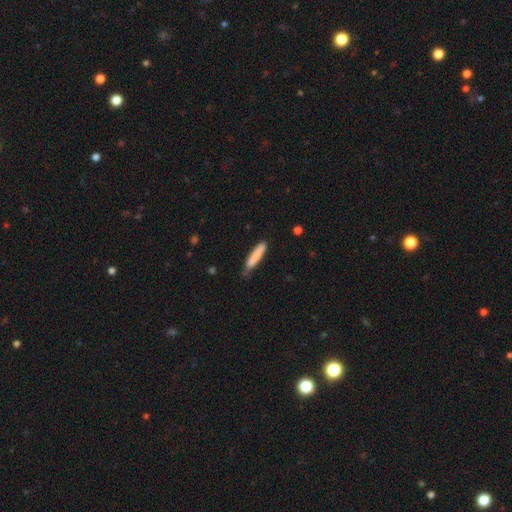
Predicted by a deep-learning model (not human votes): smooth-or-featured: smooth: 81% | featured or disk: 13% | star or artifact: 6%
  how-rounded: cigar-shaped: 88% | in between: 11% | round: 1%
  merging: none: 67% | minor disturbance: 26% | major disturbance: 4% | merger: 3%